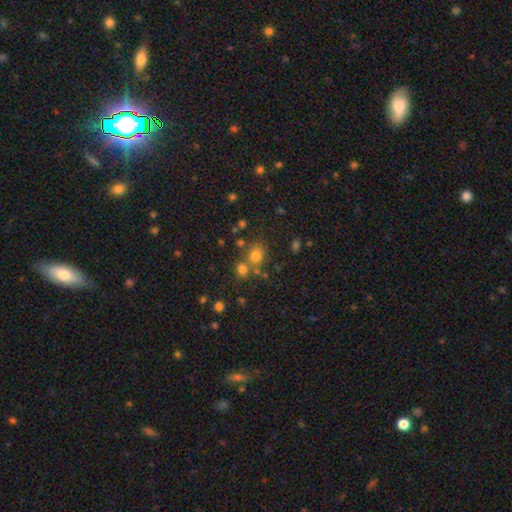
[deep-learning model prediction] smooth_or_featured: smooth (p=0.73) [alt: star or artifact p=0.19]
how_rounded: round (p=0.74) [alt: in between p=0.25]
merging: none (p=0.59) [alt: merger p=0.27]